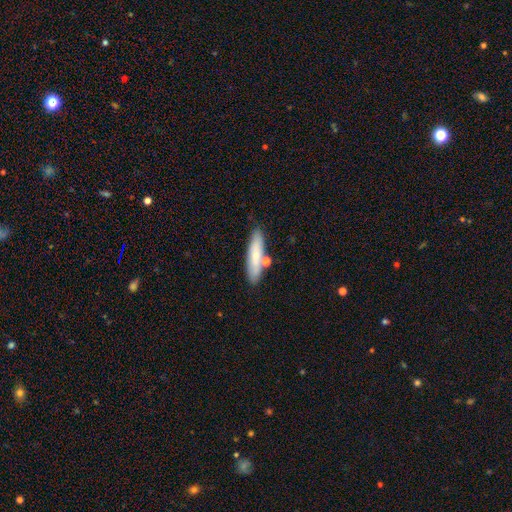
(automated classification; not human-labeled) A smooth galaxy with no disk features (69%) that is cigar-shaped (73%).

Vote fractions:
- Smooth or featured? smooth: 69% / featured or disk: 24% / star or artifact: 6%
- How rounded? cigar-shaped: 73% / in between: 25% / round: 2%
- Merging? none: 74% / minor disturbance: 13% / merger: 11% / major disturbance: 3%